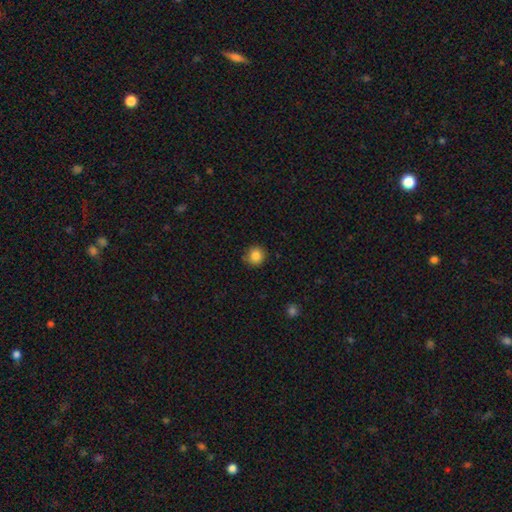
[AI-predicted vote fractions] This is clearly a smooth galaxy (84%). How rounded: clearly round (92%). Merging: clearly none (85%).